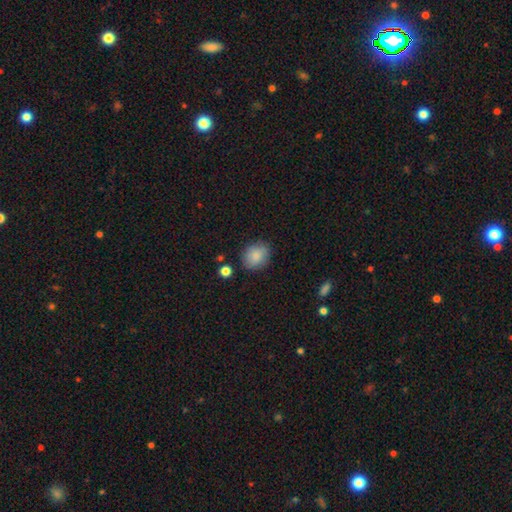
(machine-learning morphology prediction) smooth_or_featured: smooth (p=0.87) [alt: star or artifact p=0.07]
how_rounded: round (p=0.55) [alt: in between p=0.44]
merging: none (p=0.82) [alt: minor disturbance p=0.13]